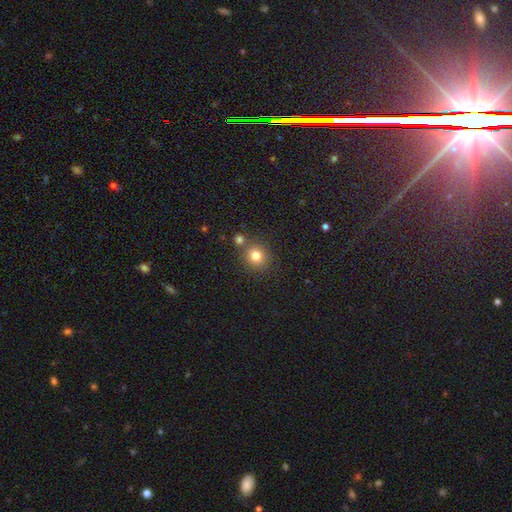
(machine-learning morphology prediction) Smooth or featured: smooth — 80% (star or artifact — 13%)
How rounded: round — 86% (in between — 13%)
Merging: none — 72% (merger — 17%)